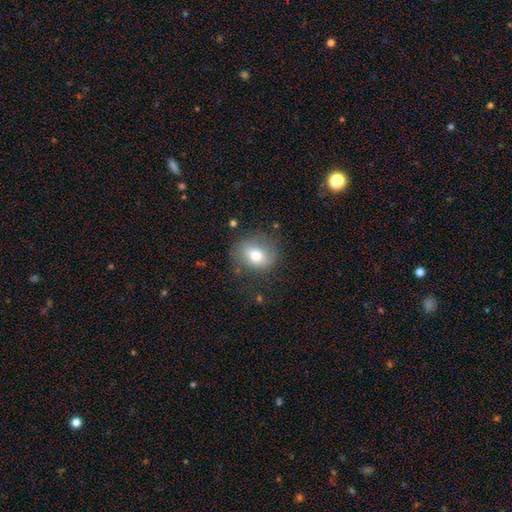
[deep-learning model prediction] smooth 72%, featured or disk 19%, star or artifact 9%. Down the decision tree: how rounded — round (56%); merging — none (73%).